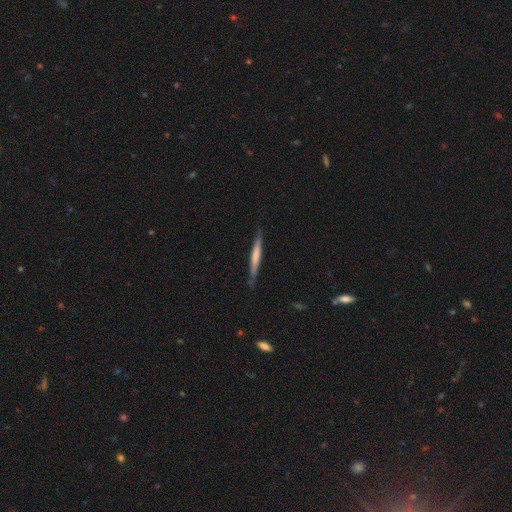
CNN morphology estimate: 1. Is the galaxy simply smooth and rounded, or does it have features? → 50% smooth, 45% featured or disk, 5% star or artifact.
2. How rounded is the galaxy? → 96% cigar-shaped, 3% in between, 1% round.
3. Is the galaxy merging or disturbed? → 83% none, 13% minor disturbance, 2% major disturbance, 1% merger.